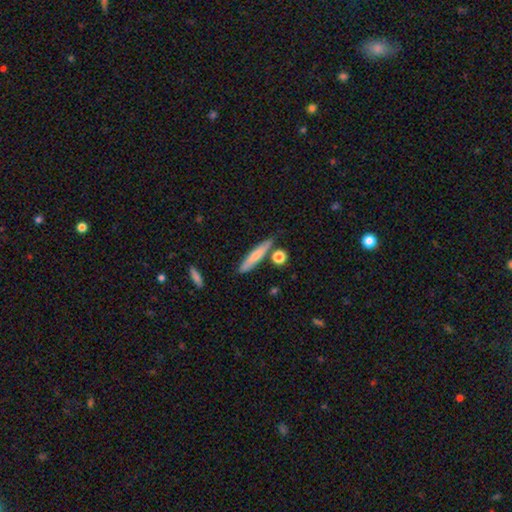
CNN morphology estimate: smooth 67%, featured or disk 26%, star or artifact 6%. Down the decision tree: how rounded — cigar-shaped (87%); merging — none (77%).